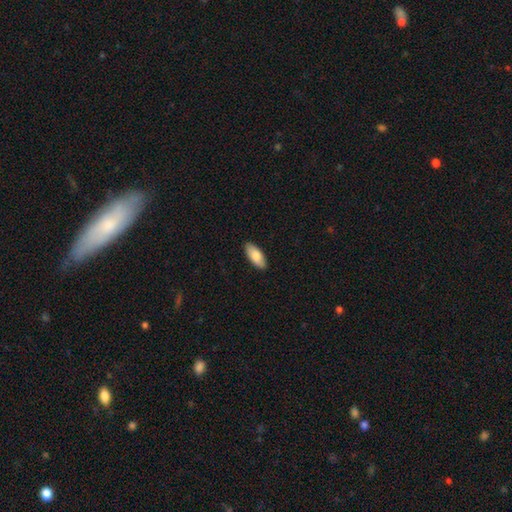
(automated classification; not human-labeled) smooth_or_featured: smooth (p=0.83) [alt: featured or disk p=0.12]
how_rounded: in between (p=0.86) [alt: cigar-shaped p=0.12]
merging: none (p=0.90) [alt: minor disturbance p=0.08]